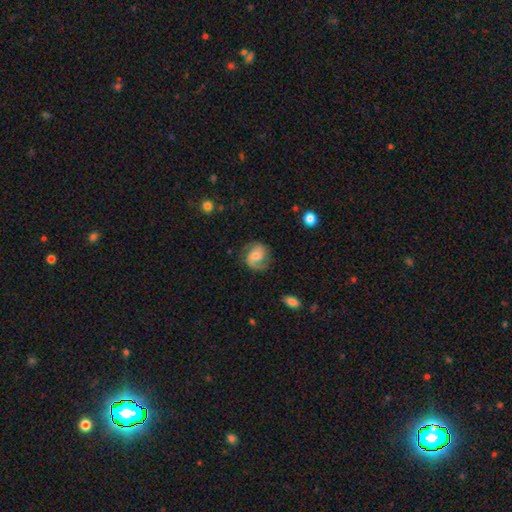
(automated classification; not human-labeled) Smooth or featured: featured or disk — 75% (smooth — 19%)
Edge-on disk: no — 98% (yes — 2%)
Bar: no — 50% (weak — 41%)
Spiral arms: yes — 95% (no — 5%)
Spiral winding: medium — 49% (tight — 29%)
Spiral arm count: 2 — 75% (1 — 17%)
Bulge size: moderate — 50% (small — 38%)
Merging: none — 72% (minor disturbance — 18%)